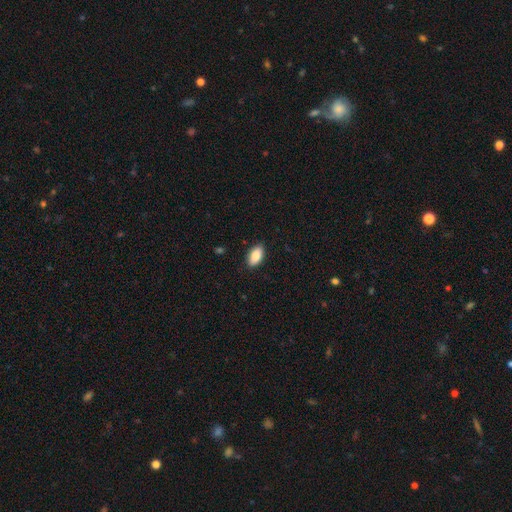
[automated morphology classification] type=smooth (85%); roundness=in between (93%); merging=none (88%).